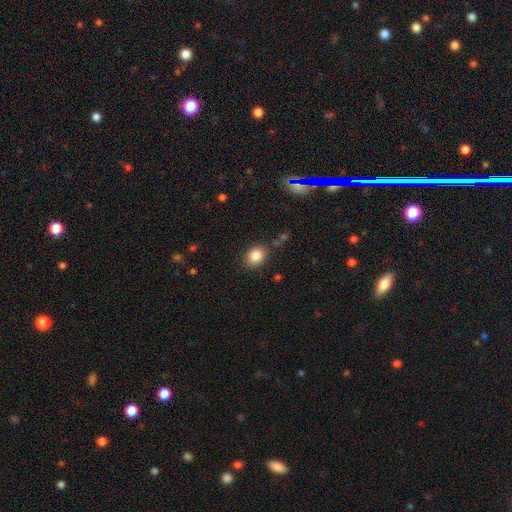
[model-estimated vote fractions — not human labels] smooth 85%, star or artifact 10%, featured or disk 6%. Down the decision tree: how rounded — round (51%); merging — none (82%).